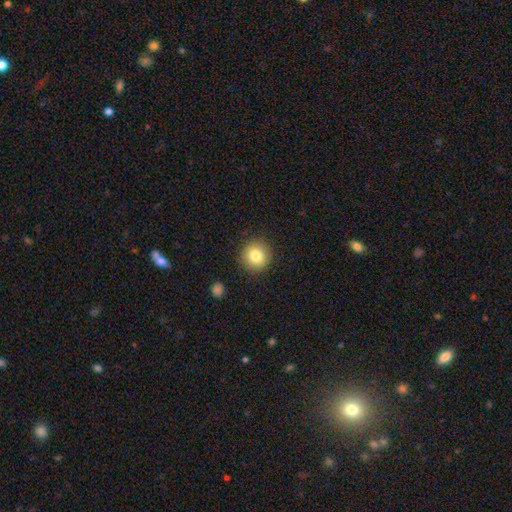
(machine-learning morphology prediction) smooth-or-featured: smooth: 81% | star or artifact: 10% | featured or disk: 9%
  how-rounded: round: 93% | in between: 6% | cigar-shaped: 1%
  merging: none: 89% | minor disturbance: 7% | major disturbance: 2% | merger: 1%